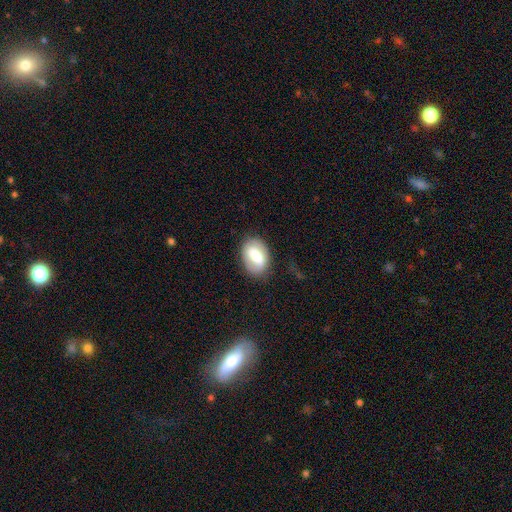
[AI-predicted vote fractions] This is possibly a smooth galaxy (58%). How rounded: clearly in between (86%). Merging: likely none (77%).